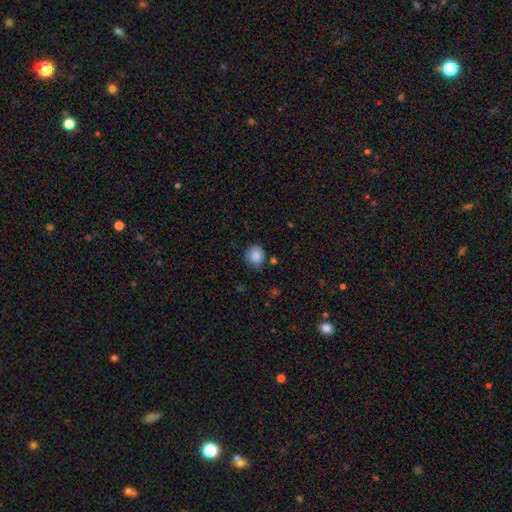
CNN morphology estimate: smooth 85%, star or artifact 9%, featured or disk 6%. Down the decision tree: how rounded — round (82%); merging — none (74%).